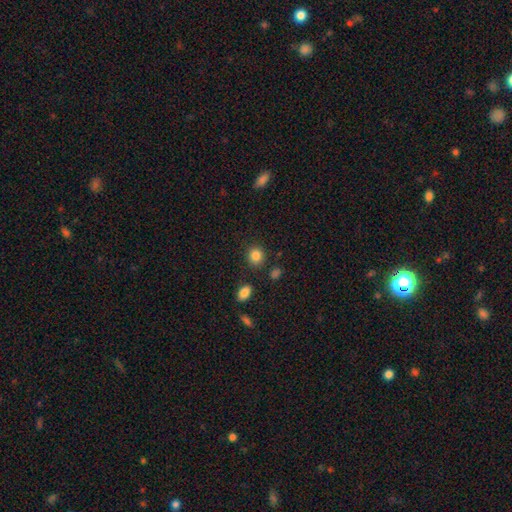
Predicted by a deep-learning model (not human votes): This appears to be a smooth galaxy with no disk features (86%) that is round (81%). Merging: none (85%).